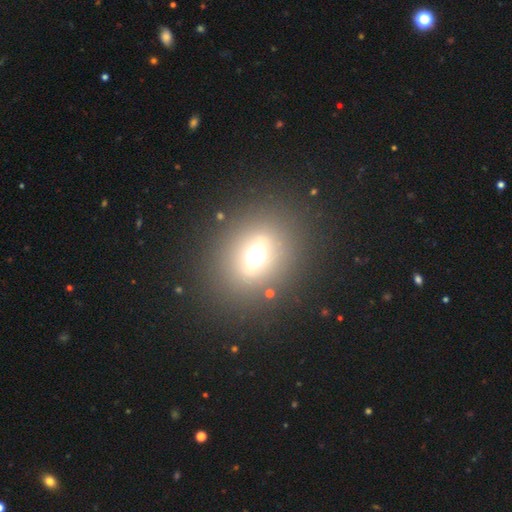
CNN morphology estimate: type=smooth (52%); roundness=round (61%); merging=none (83%).